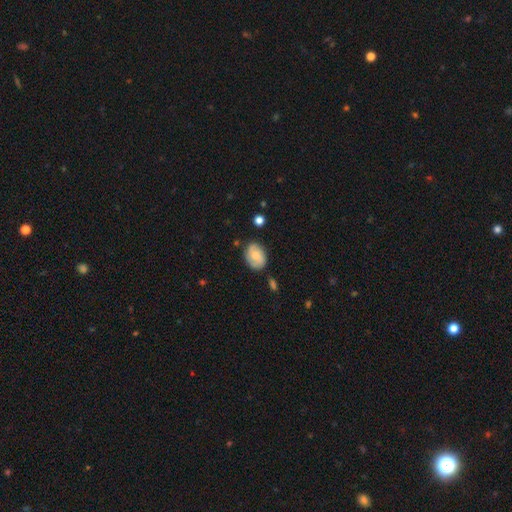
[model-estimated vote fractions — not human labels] Q: Smooth or featured?
A: smooth (58%); runner-up: featured or disk (35%)
Q: How rounded?
A: in between (72%); runner-up: round (27%)
Q: Merging?
A: none (75%); runner-up: minor disturbance (18%)